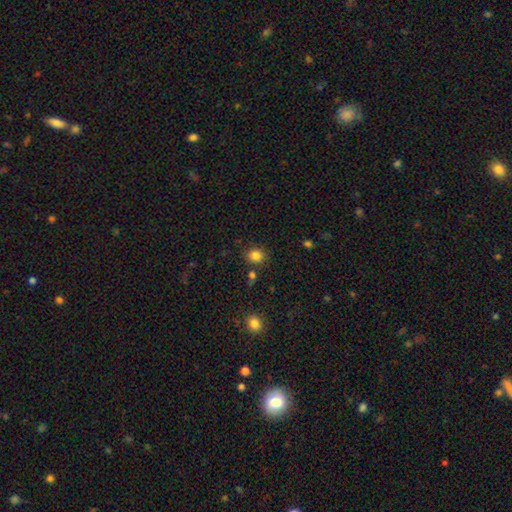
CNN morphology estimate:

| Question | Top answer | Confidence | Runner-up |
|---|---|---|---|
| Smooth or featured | smooth | 84% | star or artifact (12%) |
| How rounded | round | 66% | in between (33%) |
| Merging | none | 80% | minor disturbance (11%) |